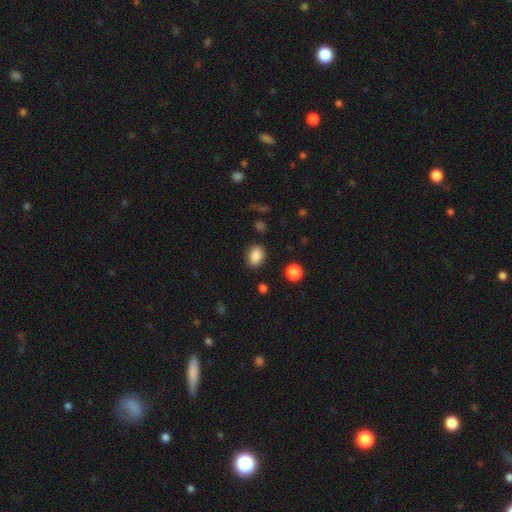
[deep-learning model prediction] Smooth or featured: smooth — 87% (star or artifact — 9%)
How rounded: in between — 77% (round — 22%)
Merging: none — 83% (minor disturbance — 12%)